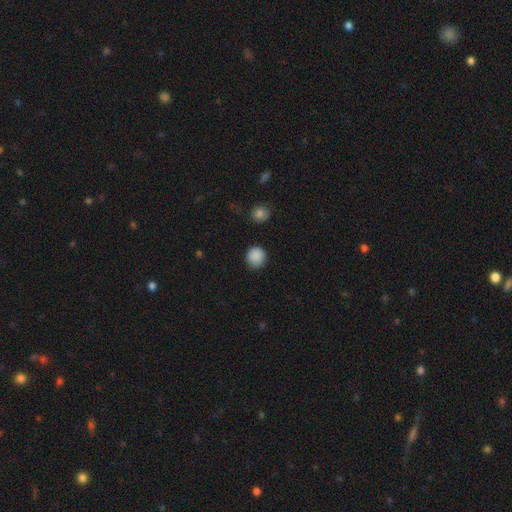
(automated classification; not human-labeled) smooth 88%, star or artifact 9%, featured or disk 3%. Down the decision tree: how rounded — round (91%); merging — none (87%).